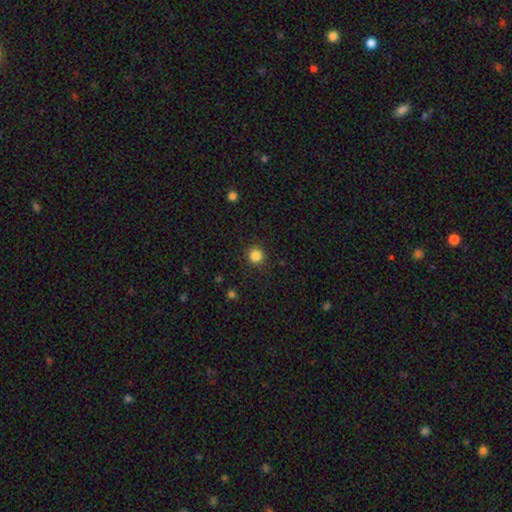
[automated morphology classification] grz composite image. It shows a smooth galaxy with no disk features (84%) that is round (94%). Merging: none (92%).